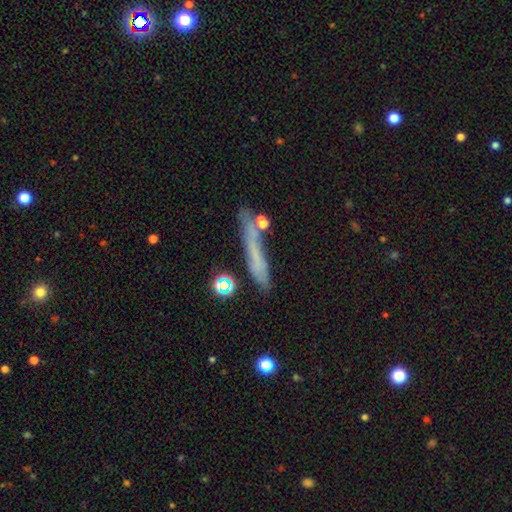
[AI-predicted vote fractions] Smooth or featured? Predicted: smooth (p=0.55). How rounded? Predicted: cigar-shaped (p=0.91). Merging? Predicted: none (p=0.73).